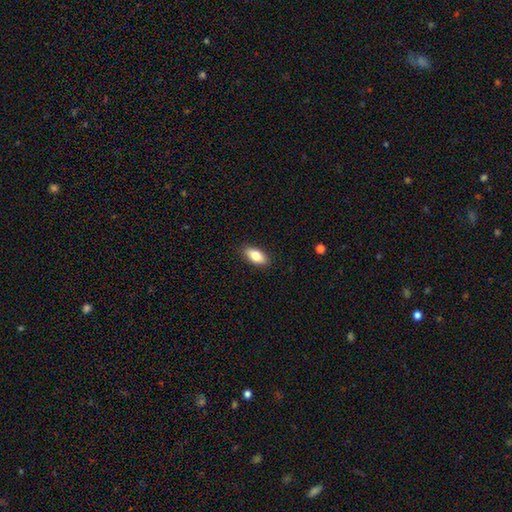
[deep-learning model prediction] This appears to be a smooth galaxy with no disk features (81%) that is in between round and cigar-shaped (87%). Merging: none (89%).